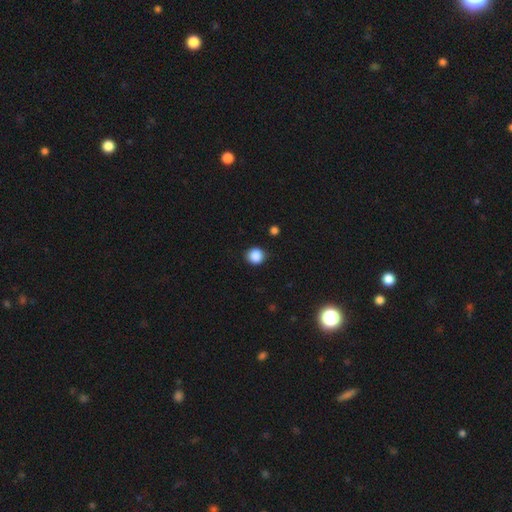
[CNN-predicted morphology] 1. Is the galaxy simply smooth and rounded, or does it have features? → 87% smooth, 10% star or artifact, 3% featured or disk.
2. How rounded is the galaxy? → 88% round, 11% in between, 1% cigar-shaped.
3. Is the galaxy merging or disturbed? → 86% none, 10% minor disturbance, 2% major disturbance, 1% merger.